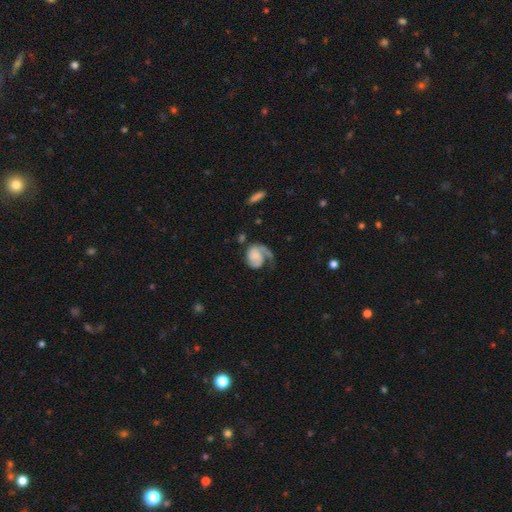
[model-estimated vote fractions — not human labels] Smooth or featured? Predicted: featured or disk (p=0.71). Edge-on disk? Predicted: no (p=0.98). Bar? Predicted: no (p=0.70). Spiral arms? Predicted: yes (p=0.93). Spiral winding? Predicted: medium (p=0.37). Spiral arm count? Predicted: 1 (p=0.67). Bulge size? Predicted: none (p=0.48). Merging? Predicted: none (p=0.40).